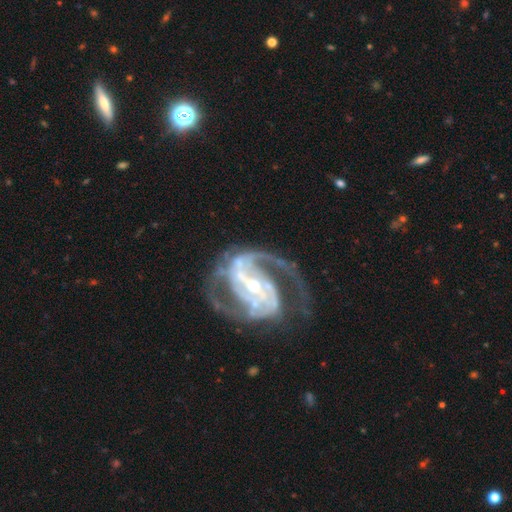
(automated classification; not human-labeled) Morphology: type=featured or disk (91%); edge-on=no (97%); bar=strong (38%); spiral arms=yes (98%); winding=medium (49%); arm count=2 (72%); bulge=small (68%); merging=none (64%).